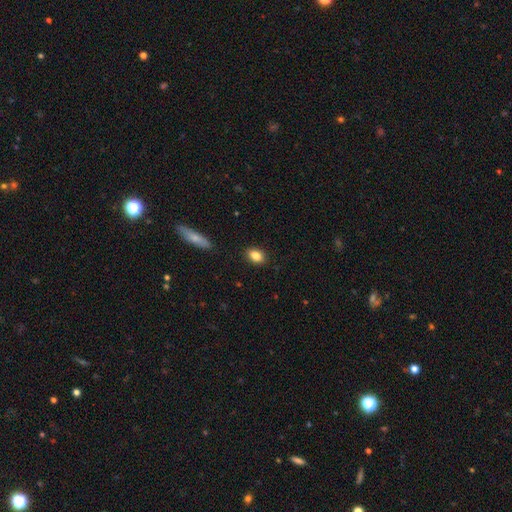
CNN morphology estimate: Smooth or featured? smooth (84%)
How rounded? in between (75%)
Merging? none (88%)